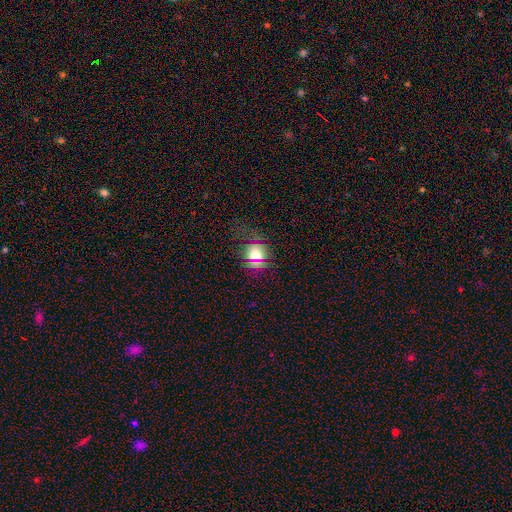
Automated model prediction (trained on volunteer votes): Smooth or featured? smooth (61%)
How rounded? round (82%)
Merging? none (73%)